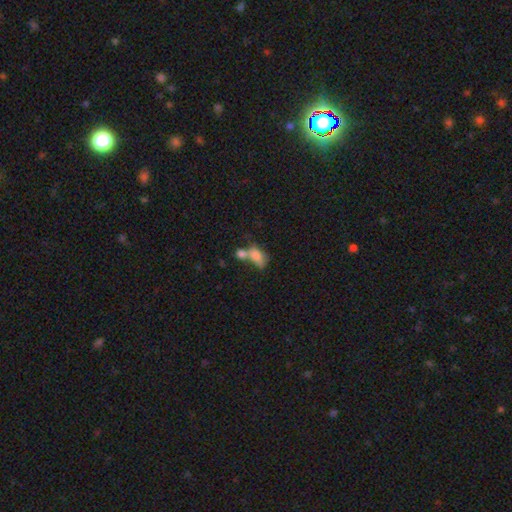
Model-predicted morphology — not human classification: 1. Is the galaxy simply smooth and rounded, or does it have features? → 69% smooth, 20% featured or disk, 11% star or artifact.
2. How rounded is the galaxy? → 82% in between, 12% round, 6% cigar-shaped.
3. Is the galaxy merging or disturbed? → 52% merger, 21% none, 14% major disturbance, 13% minor disturbance.